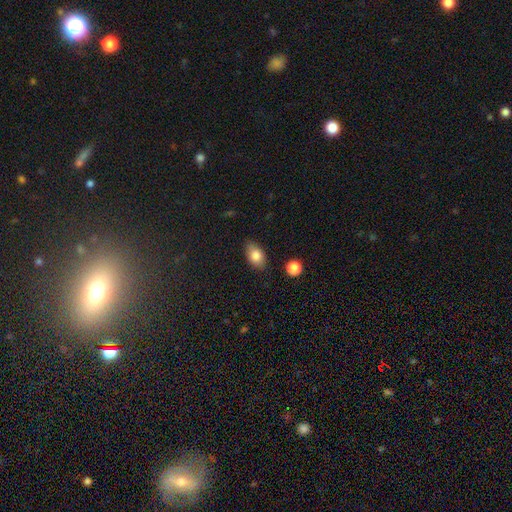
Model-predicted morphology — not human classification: Smooth or featured: smooth — 81% (featured or disk — 11%)
How rounded: in between — 86% (round — 11%)
Merging: none — 81% (minor disturbance — 14%)